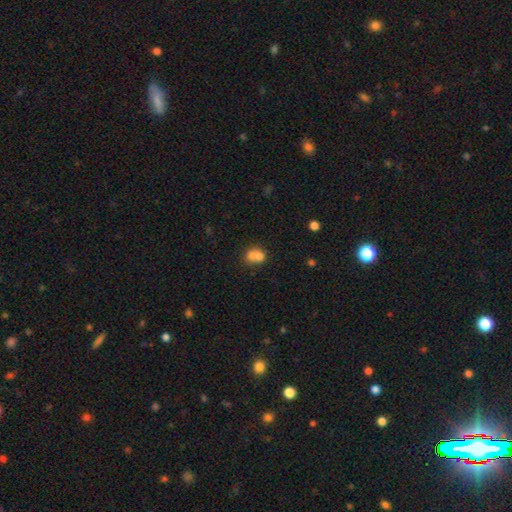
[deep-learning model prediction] The model was most divided on "how rounded": round: 59%, in between: 40%, cigar-shaped: 1%. More confident: smooth or featured — smooth (70%); merging — merger (65%).